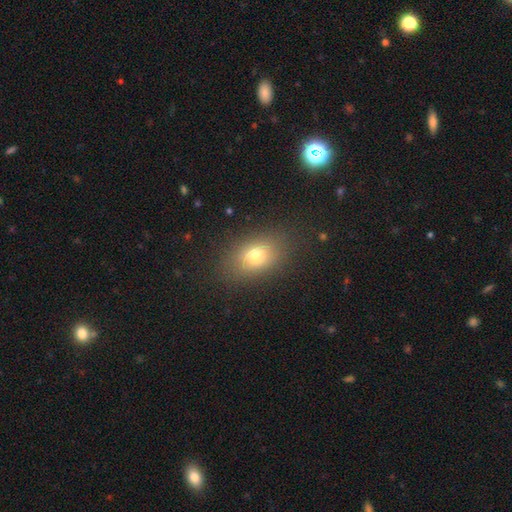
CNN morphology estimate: Smooth or featured? smooth (74%)
How rounded? in between (76%)
Merging? none (84%)